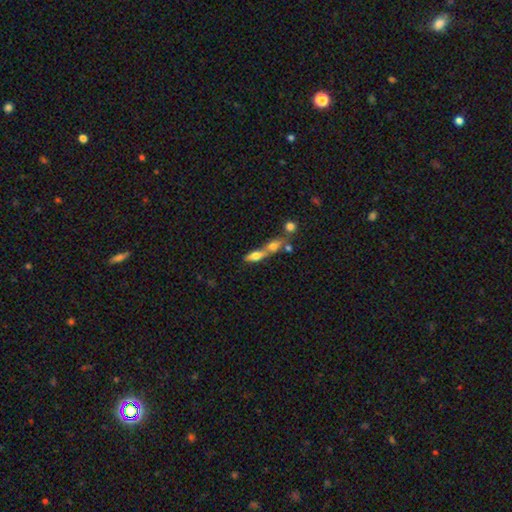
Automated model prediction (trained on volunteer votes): This is possibly a smooth galaxy (60%). How rounded: likely in between (60%). Merging: likely merger (62%).